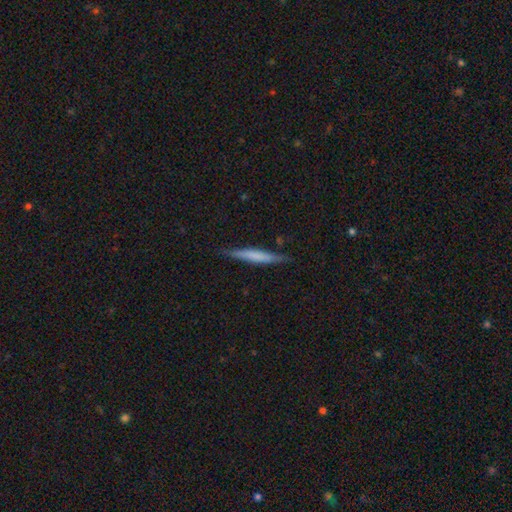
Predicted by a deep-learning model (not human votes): A smooth galaxy with no disk features (54%) that is cigar-shaped (94%).

Vote fractions:
- Smooth or featured? smooth: 54% / featured or disk: 40% / star or artifact: 6%
- How rounded? cigar-shaped: 94% / in between: 4% / round: 1%
- Merging? none: 85% / minor disturbance: 11% / major disturbance: 2% / merger: 1%